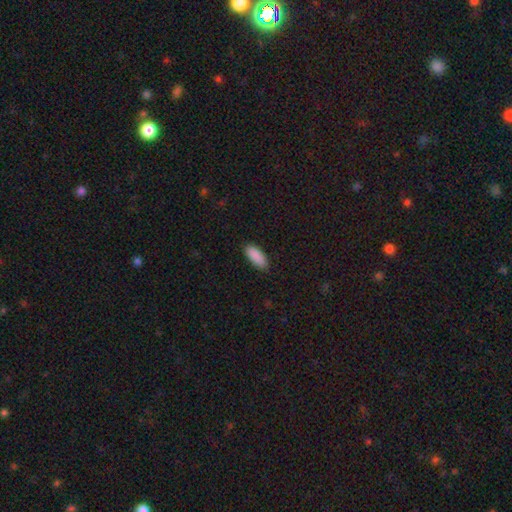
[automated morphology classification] Smooth or featured? Predicted: smooth (p=0.91). How rounded? Predicted: in between (p=0.84). Merging? Predicted: none (p=0.86).